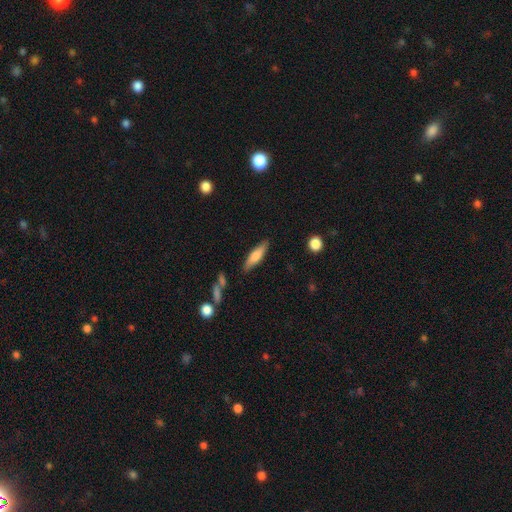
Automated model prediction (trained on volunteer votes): A smooth galaxy with no disk features (69%) that is cigar-shaped (63%).

Vote fractions:
- Smooth or featured? smooth: 69% / featured or disk: 24% / star or artifact: 6%
- How rounded? cigar-shaped: 63% / in between: 35% / round: 2%
- Merging? none: 84% / minor disturbance: 11% / major disturbance: 3% / merger: 2%